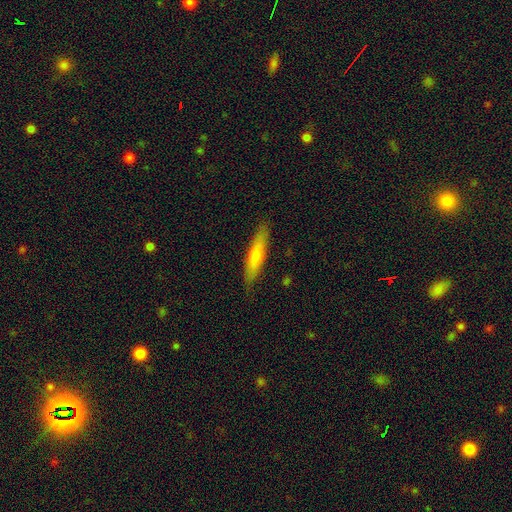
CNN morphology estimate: This appears to be a smooth galaxy with no disk features (58%) that is cigar-shaped (85%). Merging: none (87%).